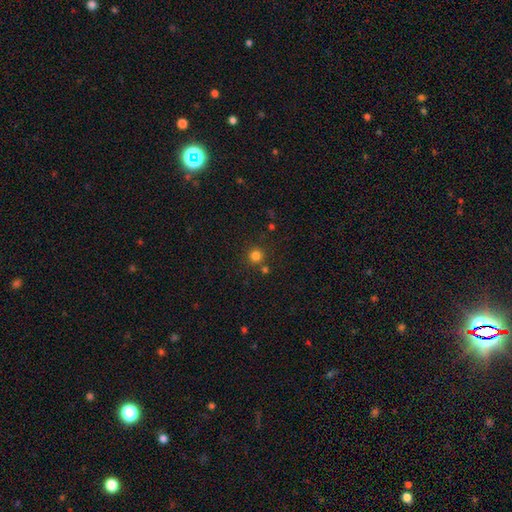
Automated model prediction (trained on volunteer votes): Overall: smooth (80%). How rounded: round (95%). Merging: none (81%).